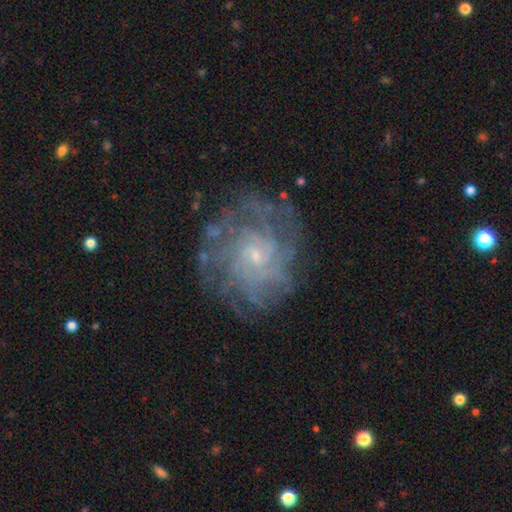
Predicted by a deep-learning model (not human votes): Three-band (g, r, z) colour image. It shows a featured or disk galaxy (82%) with no bar (75%), tight (65%) spiral arms (92%) and a small central bulge (81%). Merging: none (75%).